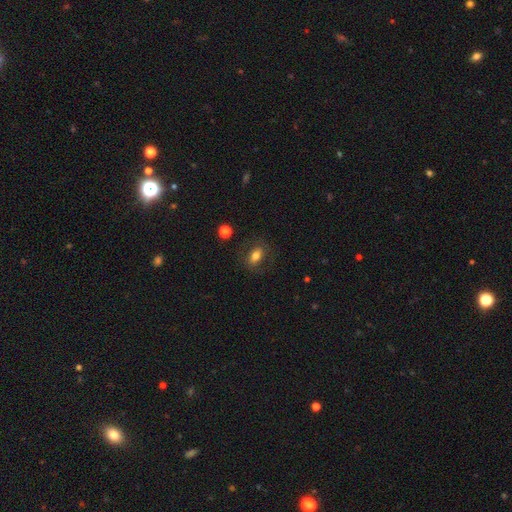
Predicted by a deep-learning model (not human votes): Overall: smooth (71%). How rounded: in between (80%). Merging: none (76%).